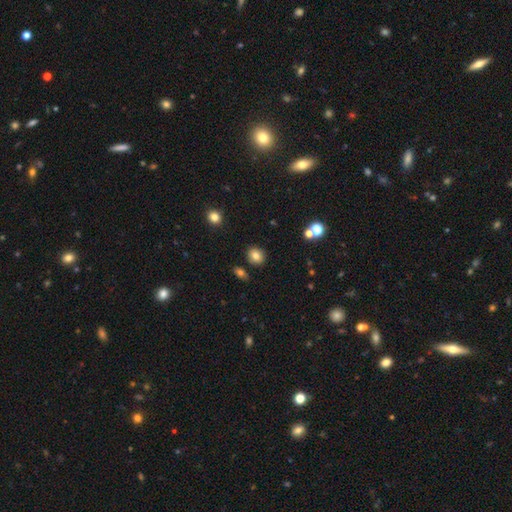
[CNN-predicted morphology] smooth_or_featured: smooth (p=0.80) [alt: star or artifact p=0.11]
how_rounded: round (p=0.73) [alt: in between p=0.26]
merging: none (p=0.86) [alt: minor disturbance p=0.08]